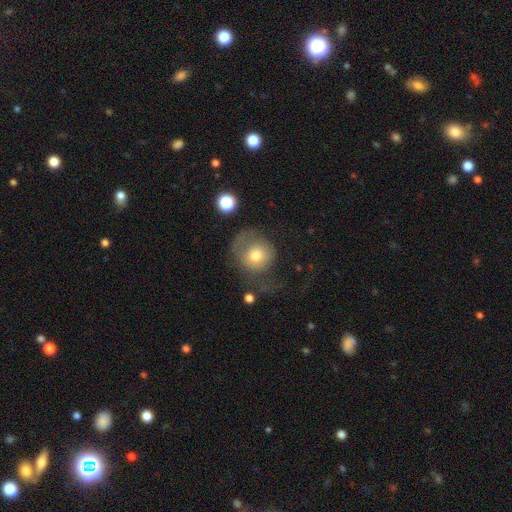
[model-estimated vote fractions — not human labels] Smooth or featured?
  - smooth: 65% *
  - featured or disk: 26%
  - star or artifact: 9%
How rounded?
  - round: 81% *
  - in between: 18%
  - cigar-shaped: 1%
Merging?
  - major disturbance: 41% *
  - none: 33%
  - minor disturbance: 22%
  - merger: 4%